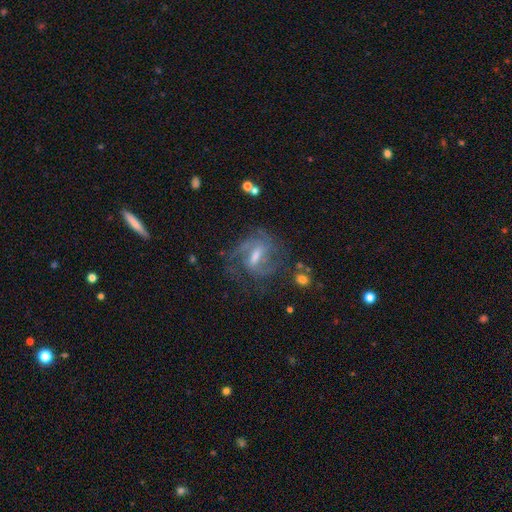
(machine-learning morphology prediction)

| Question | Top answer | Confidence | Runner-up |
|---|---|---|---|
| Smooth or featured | featured or disk | 78% | smooth (12%) |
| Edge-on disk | no | 95% | yes (5%) |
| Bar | weak | 50% | strong (35%) |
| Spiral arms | yes | 90% | no (10%) |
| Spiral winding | medium | 48% | tight (33%) |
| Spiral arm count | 2 | 37% | can't tell (29%) |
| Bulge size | moderate | 47% | small (32%) |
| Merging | none | 58% | minor disturbance (19%) |